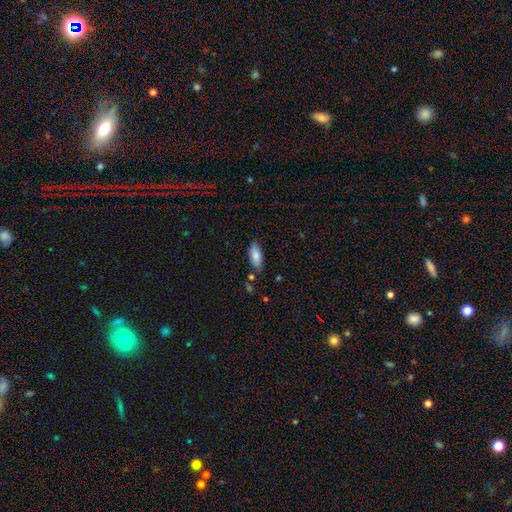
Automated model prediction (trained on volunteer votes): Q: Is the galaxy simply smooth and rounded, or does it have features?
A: smooth — 81%.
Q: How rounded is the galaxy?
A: in between — 81%.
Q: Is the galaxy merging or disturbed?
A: none — 78%.